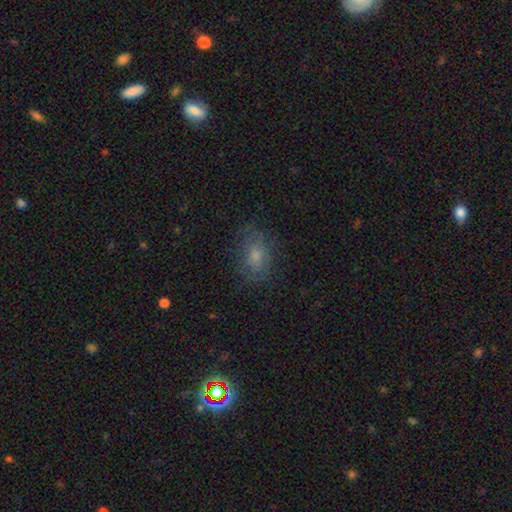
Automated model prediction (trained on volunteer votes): This appears to be a smooth galaxy with no disk features (62%) that is in between round and cigar-shaped (72%). Merging: none (74%).